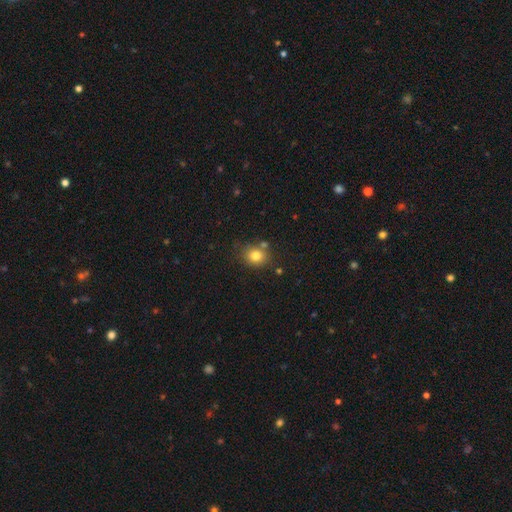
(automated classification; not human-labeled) Smooth or featured? Predicted: smooth (p=0.80). How rounded? Predicted: round (p=0.72). Merging? Predicted: none (p=0.73).